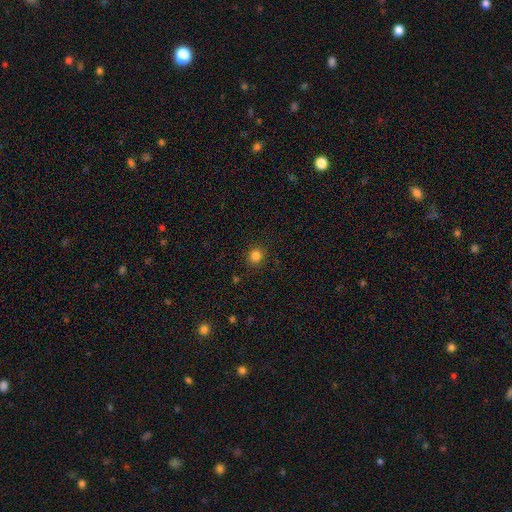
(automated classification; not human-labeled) A smooth galaxy with no disk features (83%) that is round (87%). Merging: none (89%).